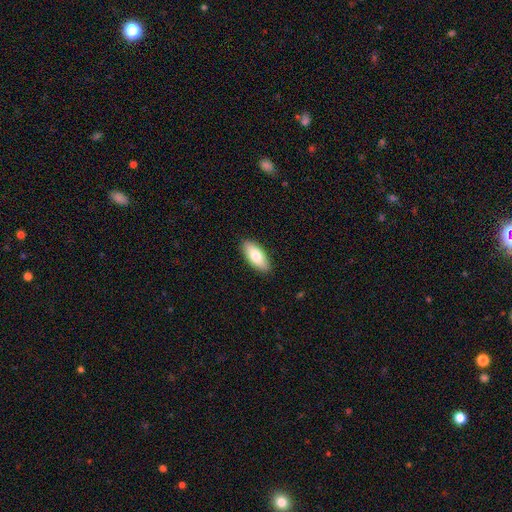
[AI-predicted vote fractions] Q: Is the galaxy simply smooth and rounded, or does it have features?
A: smooth — 80%.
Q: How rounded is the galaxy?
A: in between — 84%.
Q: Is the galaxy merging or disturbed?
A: none — 89%.